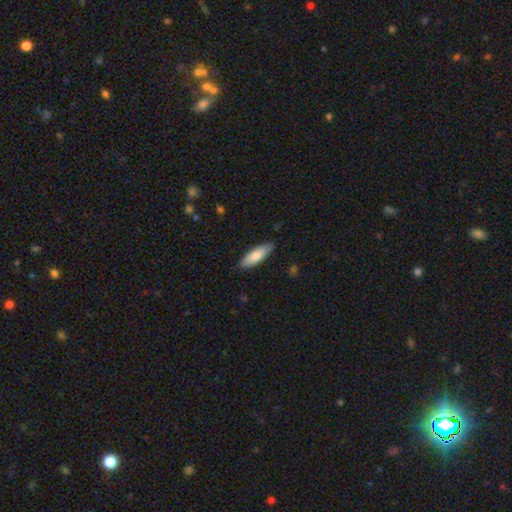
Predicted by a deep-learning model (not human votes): Morphology: type=smooth (77%); roundness=in between (51%); merging=none (86%).